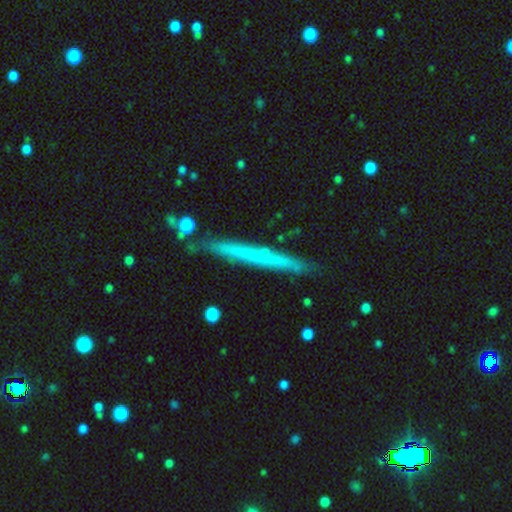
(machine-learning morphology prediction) Smooth or featured: featured or disk — 53% (smooth — 38%)
Edge-on disk: yes — 96% (no — 4%)
Edge-on bulge: none — 83% (rounded — 13%)
Merging: none — 88% (minor disturbance — 9%)